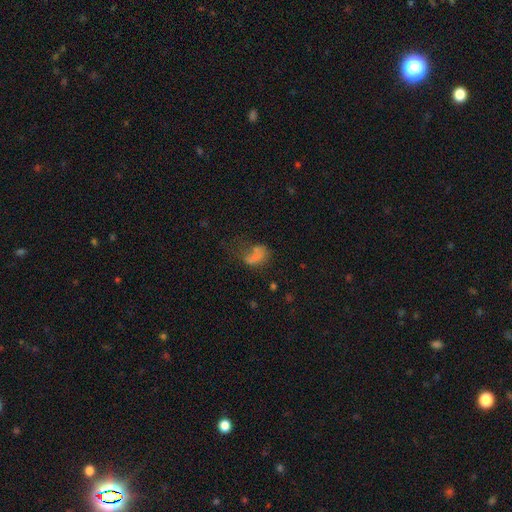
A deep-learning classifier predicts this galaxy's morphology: smooth-or-featured: smooth: 63% | featured or disk: 21% | star or artifact: 16%
  how-rounded: in between: 82% | round: 15% | cigar-shaped: 3%
  merging: major disturbance: 44% | none: 25% | minor disturbance: 18% | merger: 13%